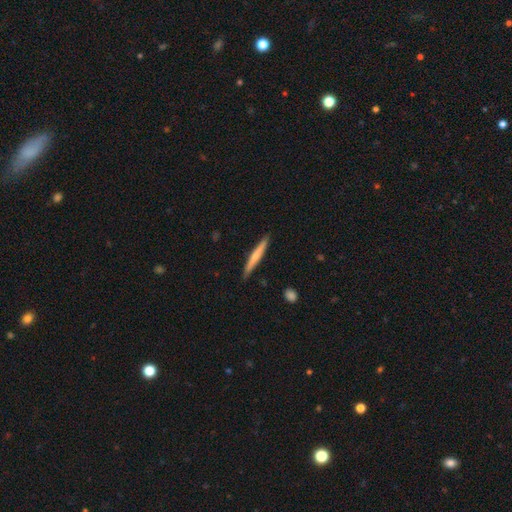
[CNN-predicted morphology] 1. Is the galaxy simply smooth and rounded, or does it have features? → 57% smooth, 38% featured or disk, 5% star or artifact.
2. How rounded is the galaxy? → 96% cigar-shaped, 3% in between, 1% round.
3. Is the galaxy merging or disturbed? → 90% none, 8% minor disturbance, 1% major disturbance, 1% merger.